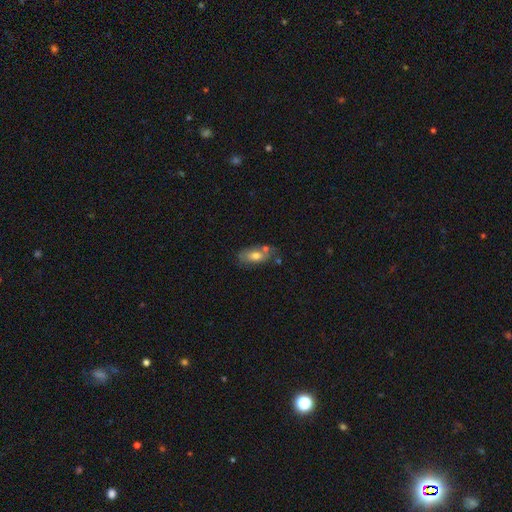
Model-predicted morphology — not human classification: A smooth galaxy with no disk features (67%) that is in between round and cigar-shaped (86%). Merging: none (55%).